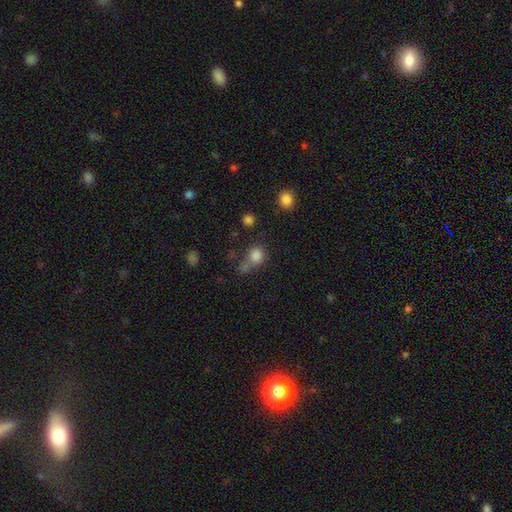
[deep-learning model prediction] Smooth or featured? Predicted: smooth (p=0.80). How rounded? Predicted: round (p=0.75). Merging? Predicted: none (p=0.50).